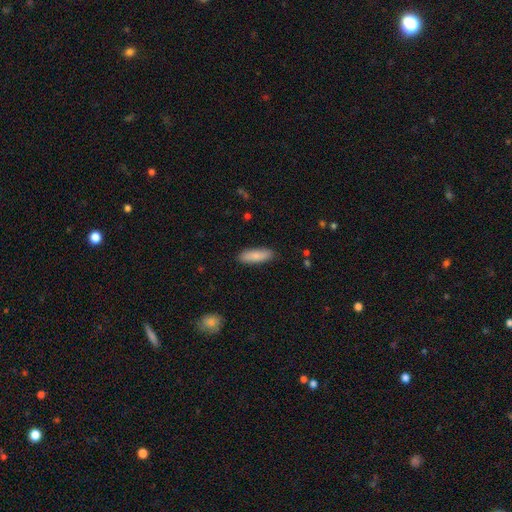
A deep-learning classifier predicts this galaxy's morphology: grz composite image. It shows a smooth galaxy with no disk features (85%) that is in between round and cigar-shaped (56%). Merging: none (88%).